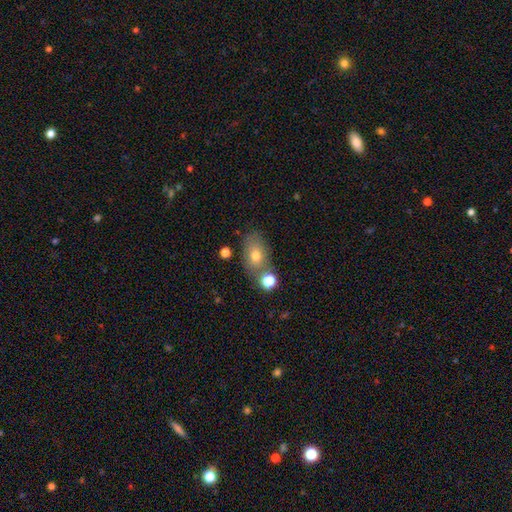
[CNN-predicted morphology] The model was most divided on "merging": none: 60%, merger: 18%, minor disturbance: 16%, major disturbance: 6%. More confident: how rounded — in between (82%); smooth or featured — smooth (73%).